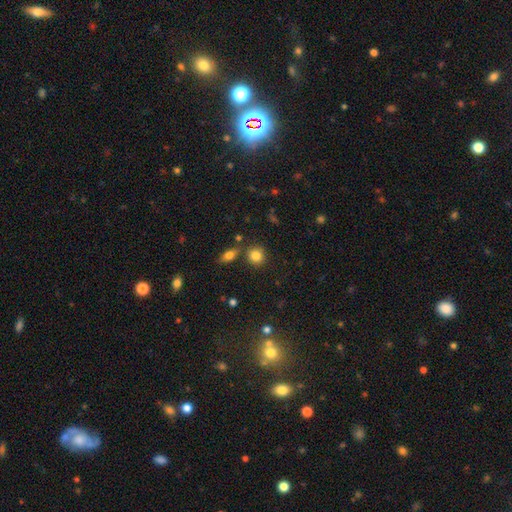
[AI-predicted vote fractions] A smooth galaxy with no disk features (83%) that is round (83%).

Vote fractions:
- Smooth or featured? smooth: 83% / star or artifact: 10% / featured or disk: 7%
- How rounded? round: 83% / in between: 16% / cigar-shaped: 1%
- Merging? none: 77% / merger: 10% / minor disturbance: 10% / major disturbance: 3%